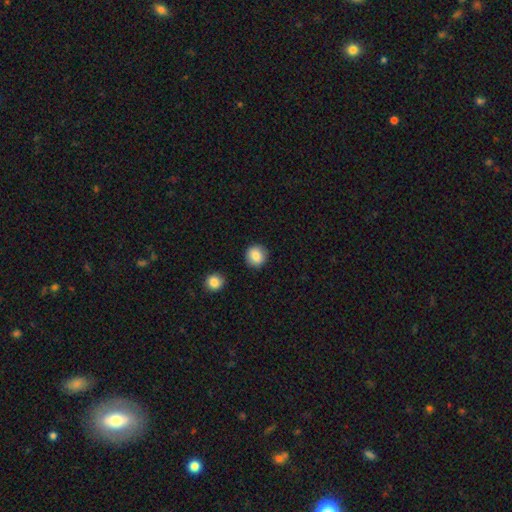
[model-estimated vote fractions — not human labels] Morphology: type=smooth (86%); roundness=round (93%); merging=none (90%).